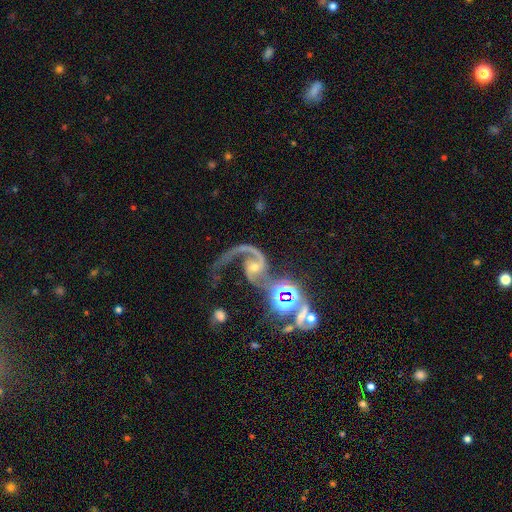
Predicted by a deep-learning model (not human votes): Smooth or featured? Predicted: featured or disk (p=0.83). Edge-on disk? Predicted: no (p=0.97). Bar? Predicted: no (p=0.58). Spiral arms? Predicted: yes (p=0.94). Spiral winding? Predicted: loose (p=0.53). Spiral arm count? Predicted: 2 (p=0.62). Bulge size? Predicted: small (p=0.52). Merging? Predicted: major disturbance (p=0.35).